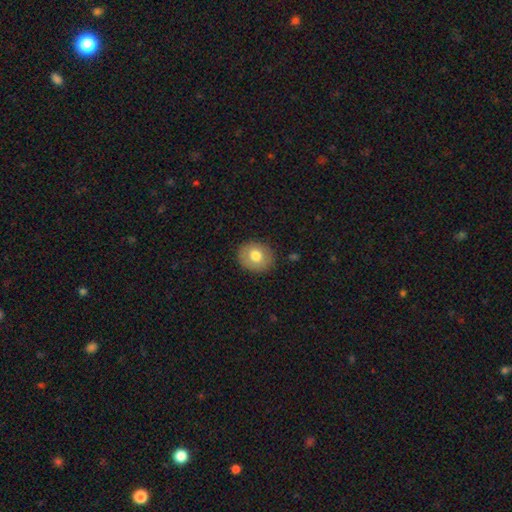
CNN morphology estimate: smooth_or_featured: smooth (p=0.74) [alt: featured or disk p=0.18]
how_rounded: round (p=0.66) [alt: in between p=0.33]
merging: none (p=0.88) [alt: minor disturbance p=0.09]